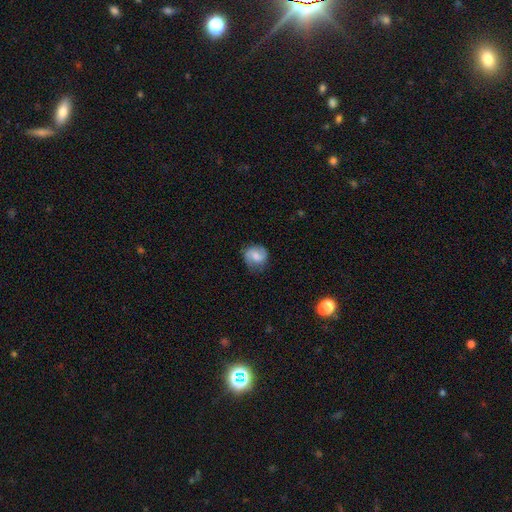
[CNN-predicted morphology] smooth-or-featured: featured or disk: 57% | smooth: 35% | star or artifact: 8%
  disk-edge-on: no: 98% | yes: 2%
    bar: weak: 46% | no: 42% | strong: 11%
    has-spiral-arms: yes: 93% | no: 7%
      spiral-winding: medium: 46% | loose: 29% | tight: 25%
      spiral-arm-count: 2: 86% | can't tell: 6% | 1: 4% | 3: 2% | 4: 1% | more than 4: 1%
    bulge-size: moderate: 39% | small: 33% | none: 18% | large: 9% | dominant: 2%
  merging: none: 76% | minor disturbance: 17% | major disturbance: 5% | merger: 1%